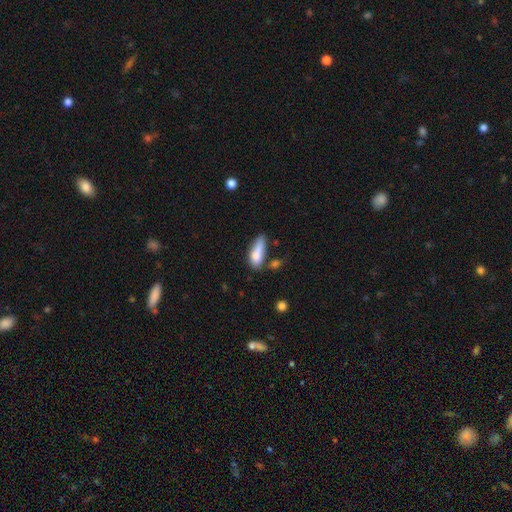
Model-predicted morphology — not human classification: This appears to be a smooth galaxy with no disk features (75%) that is in between round and cigar-shaped (63%). Merging: none (33%).